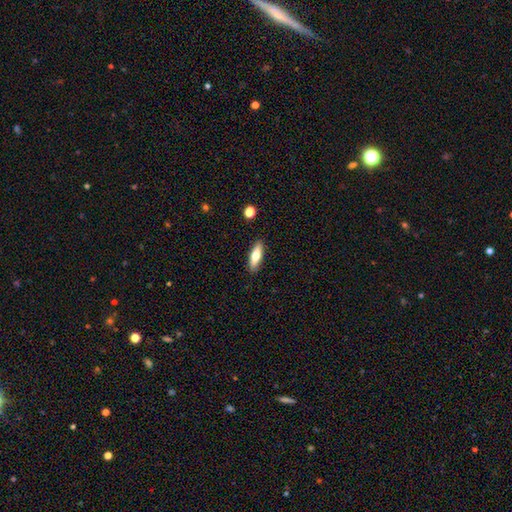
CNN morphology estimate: A smooth galaxy with no disk features (64%) that is in between round and cigar-shaped (50%). Merging: none (89%).